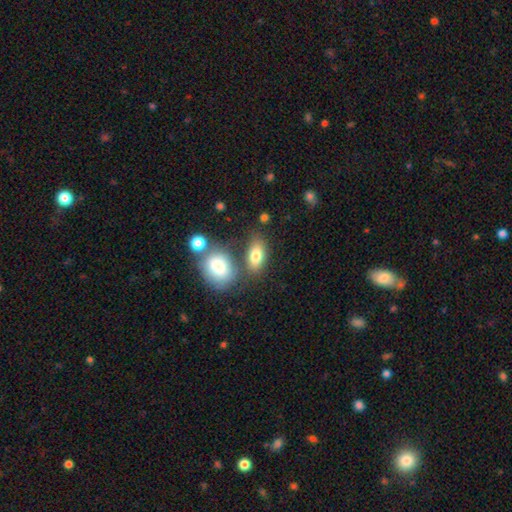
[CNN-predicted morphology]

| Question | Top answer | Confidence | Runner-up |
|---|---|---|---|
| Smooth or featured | smooth | 79% | featured or disk (12%) |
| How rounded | in between | 86% | round (10%) |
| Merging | none | 60% | merger (21%) |